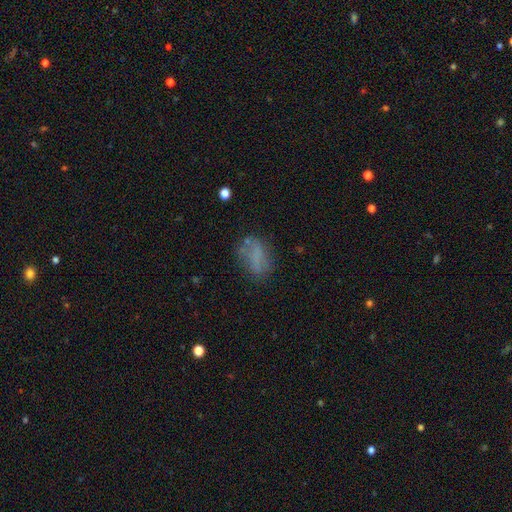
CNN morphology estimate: Smooth or featured? smooth (61%)
How rounded? in between (79%)
Merging? none (59%)